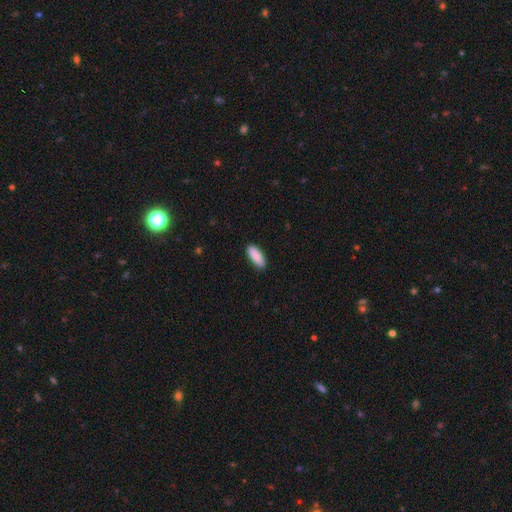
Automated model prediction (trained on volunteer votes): This appears to be a smooth galaxy with no disk features (90%) that is in between round and cigar-shaped (74%). Merging: none (88%).